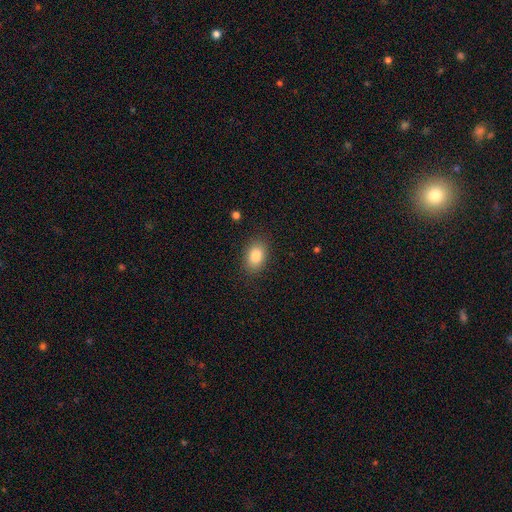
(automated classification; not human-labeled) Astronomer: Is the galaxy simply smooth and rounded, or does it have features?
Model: smooth — 84%.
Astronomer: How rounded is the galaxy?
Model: in between — 81%.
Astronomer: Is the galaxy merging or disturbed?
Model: none — 87%.